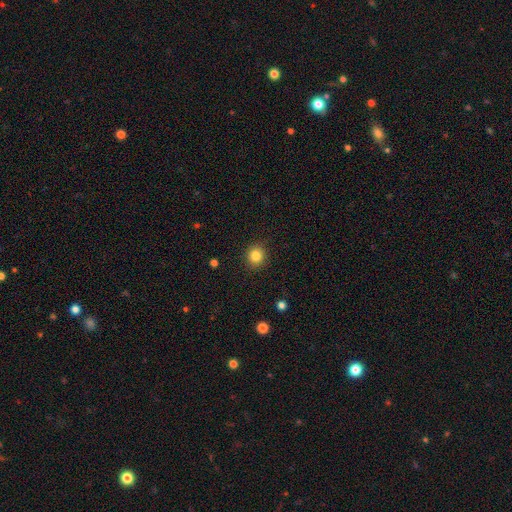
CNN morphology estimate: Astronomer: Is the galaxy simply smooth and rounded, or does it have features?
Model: smooth — 84%.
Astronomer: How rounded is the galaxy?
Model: round — 89%.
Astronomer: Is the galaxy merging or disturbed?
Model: none — 90%.